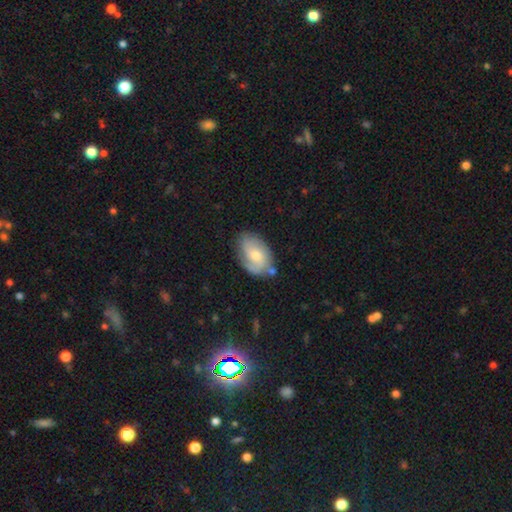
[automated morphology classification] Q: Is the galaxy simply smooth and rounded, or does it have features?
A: featured or disk — 57%.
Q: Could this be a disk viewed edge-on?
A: no — 96%.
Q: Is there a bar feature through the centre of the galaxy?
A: no — 61%.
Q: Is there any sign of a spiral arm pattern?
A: yes — 87%.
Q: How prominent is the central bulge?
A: moderate — 57%.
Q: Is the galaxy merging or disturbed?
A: none — 68%.